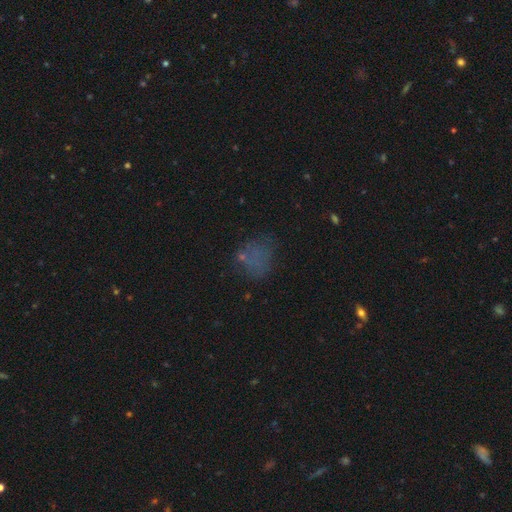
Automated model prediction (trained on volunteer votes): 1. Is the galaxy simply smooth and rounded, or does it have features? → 50% smooth, 32% star or artifact, 18% featured or disk.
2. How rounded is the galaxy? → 66% round, 32% in between, 2% cigar-shaped.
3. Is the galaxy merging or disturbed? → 61% none, 18% minor disturbance, 15% major disturbance, 5% merger.